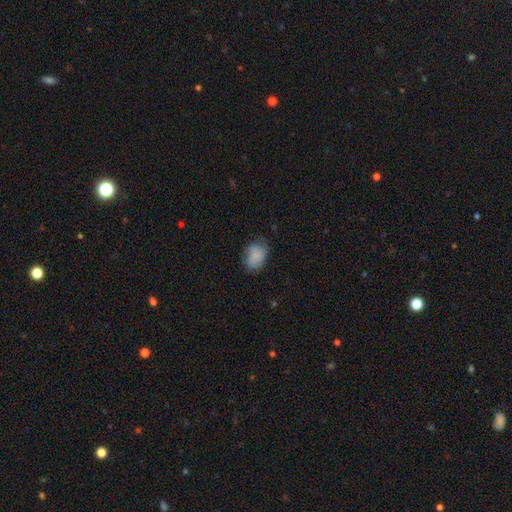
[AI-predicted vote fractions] smooth_or_featured: smooth (p=0.76) [alt: featured or disk p=0.15]
how_rounded: in between (p=0.74) [alt: round p=0.24]
merging: none (p=0.58) [alt: minor disturbance p=0.30]